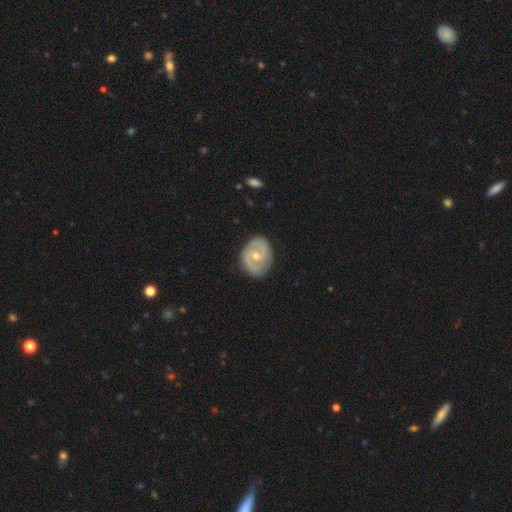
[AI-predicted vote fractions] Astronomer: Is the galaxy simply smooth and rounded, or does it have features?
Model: featured or disk — 74%.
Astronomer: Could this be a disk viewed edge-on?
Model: no — 97%.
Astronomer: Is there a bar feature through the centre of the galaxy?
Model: no — 53% (runner-up: weak, 39%).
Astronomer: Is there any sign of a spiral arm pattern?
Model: yes — 83%.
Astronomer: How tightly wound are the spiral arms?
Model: medium — 43% (runner-up: tight, 41%).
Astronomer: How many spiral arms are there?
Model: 2 — 79%.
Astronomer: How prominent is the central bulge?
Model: moderate — 53% (runner-up: small, 43%).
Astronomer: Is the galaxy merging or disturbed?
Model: none — 80%.